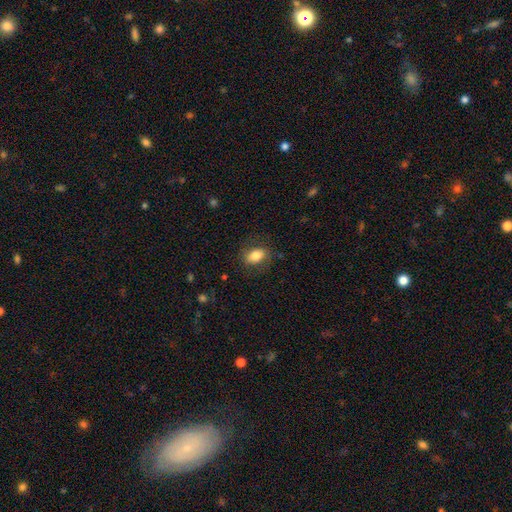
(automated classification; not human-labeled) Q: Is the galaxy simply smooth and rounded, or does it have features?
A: smooth — 76%.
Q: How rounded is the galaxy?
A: in between — 81%.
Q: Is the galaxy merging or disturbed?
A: none — 77%.